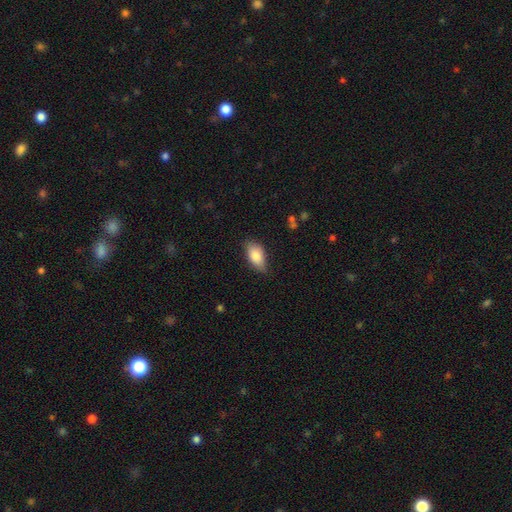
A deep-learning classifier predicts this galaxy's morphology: Smooth or featured?
  - smooth: 84% *
  - featured or disk: 9%
  - star or artifact: 7%
How rounded?
  - in between: 91% *
  - cigar-shaped: 5%
  - round: 4%
Merging?
  - none: 73% *
  - minor disturbance: 23%
  - major disturbance: 4%
  - merger: 1%